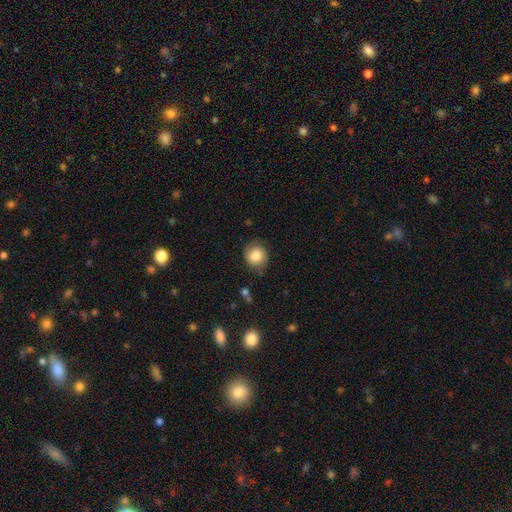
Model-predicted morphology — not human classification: Smooth or featured?
  - smooth: 80% *
  - featured or disk: 11%
  - star or artifact: 9%
How rounded?
  - round: 82% *
  - in between: 17%
  - cigar-shaped: 1%
Merging?
  - none: 78% *
  - minor disturbance: 17%
  - major disturbance: 4%
  - merger: 2%